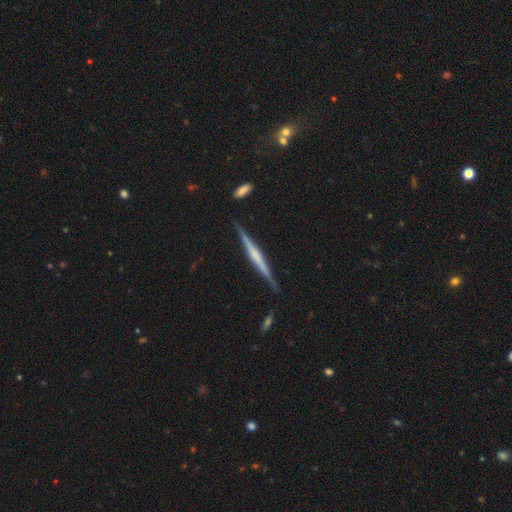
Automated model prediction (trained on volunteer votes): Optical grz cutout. It shows a featured or disk galaxy (72%) viewed edge-on (98%) with no central bulge (42%). Merging: none (87%).